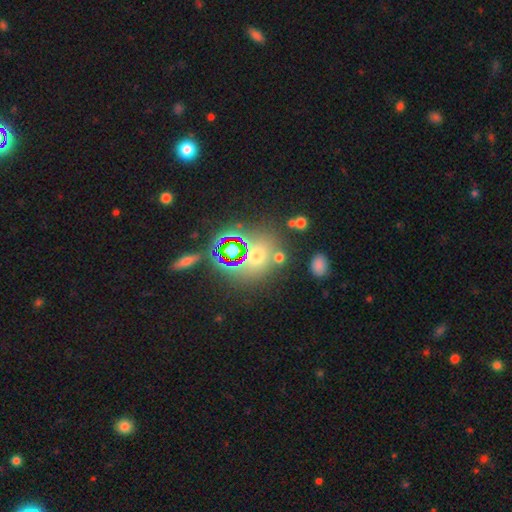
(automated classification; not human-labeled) smooth 50%, star or artifact 38%, featured or disk 12%. Down the decision tree: merging — none (69%).